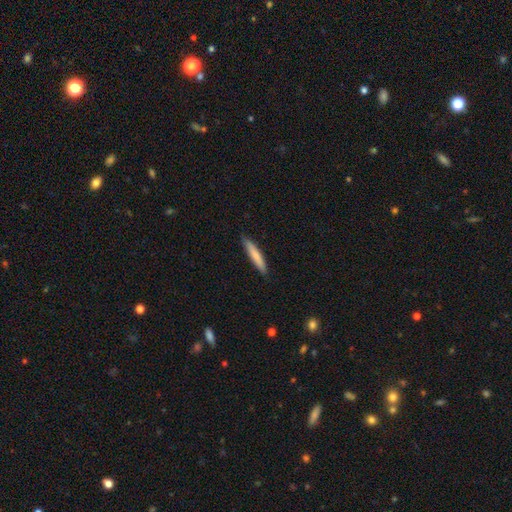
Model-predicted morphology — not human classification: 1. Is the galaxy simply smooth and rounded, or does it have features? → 76% smooth, 18% featured or disk, 5% star or artifact.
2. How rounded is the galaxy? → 92% cigar-shaped, 7% in between, 1% round.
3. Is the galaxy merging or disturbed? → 87% none, 10% minor disturbance, 2% major disturbance, 1% merger.